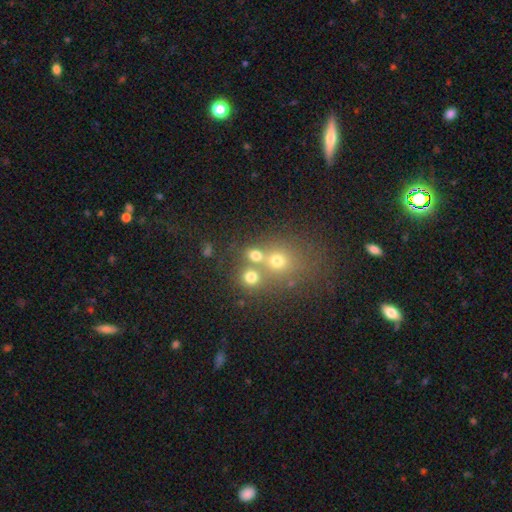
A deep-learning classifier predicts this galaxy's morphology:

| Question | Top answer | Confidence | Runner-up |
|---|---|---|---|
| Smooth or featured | smooth | 65% | star or artifact (20%) |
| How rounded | round | 74% | in between (24%) |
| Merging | none | 49% | merger (38%) |